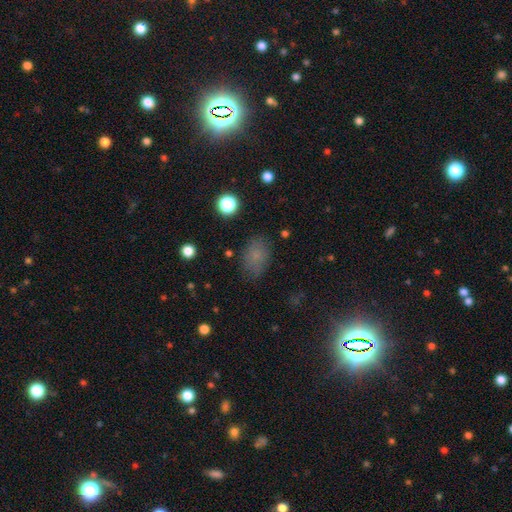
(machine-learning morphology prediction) Overall: smooth (73%). How rounded: in between (82%). Merging: none (77%).